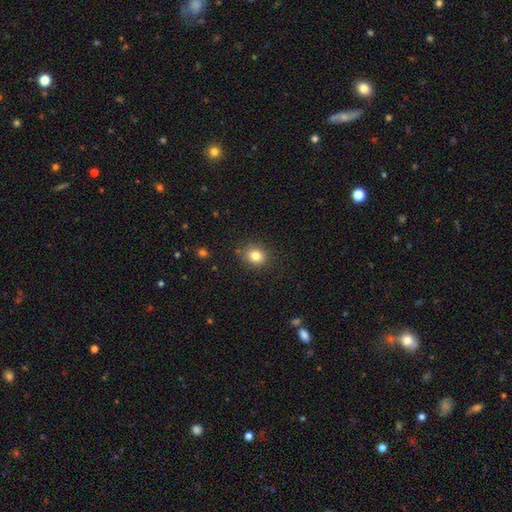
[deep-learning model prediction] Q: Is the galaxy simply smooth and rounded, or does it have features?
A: smooth — 83%.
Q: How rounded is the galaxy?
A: round — 63%.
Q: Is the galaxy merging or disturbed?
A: none — 85%.